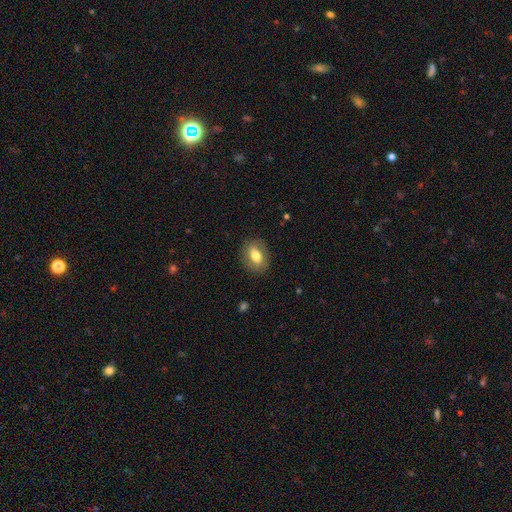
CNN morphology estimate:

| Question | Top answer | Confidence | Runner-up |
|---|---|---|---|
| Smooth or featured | smooth | 70% | featured or disk (22%) |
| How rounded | in between | 72% | round (26%) |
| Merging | none | 85% | minor disturbance (11%) |